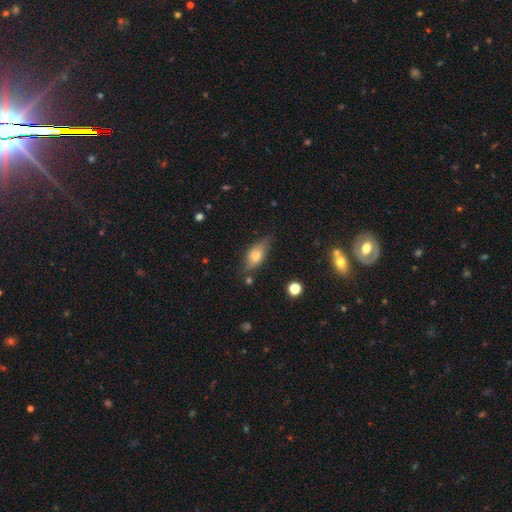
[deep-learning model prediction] Smooth or featured?
  - smooth: 61% *
  - featured or disk: 30%
  - star or artifact: 9%
How rounded?
  - in between: 78% *
  - cigar-shaped: 17%
  - round: 5%
Merging?
  - none: 72% *
  - minor disturbance: 20%
  - major disturbance: 4%
  - merger: 3%